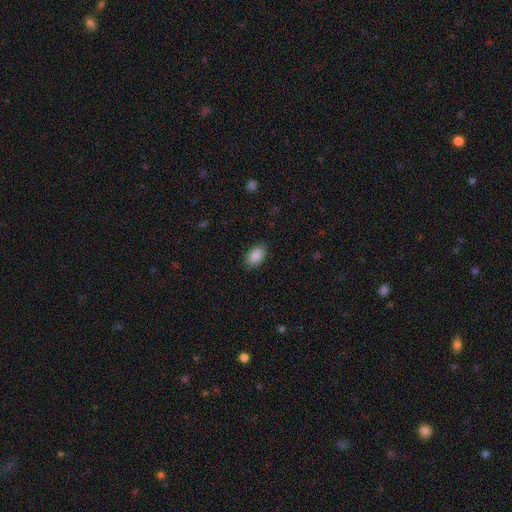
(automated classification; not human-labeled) This is clearly a smooth galaxy (89%). How rounded: clearly in between (91%). Merging: clearly none (86%).